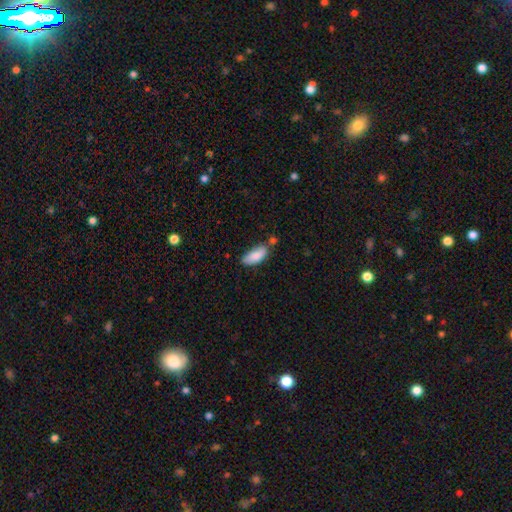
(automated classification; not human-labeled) smooth-or-featured: smooth: 87% | featured or disk: 7% | star or artifact: 6%
  how-rounded: in between: 84% | cigar-shaped: 14% | round: 2%
  merging: none: 57% | minor disturbance: 25% | merger: 12% | major disturbance: 5%